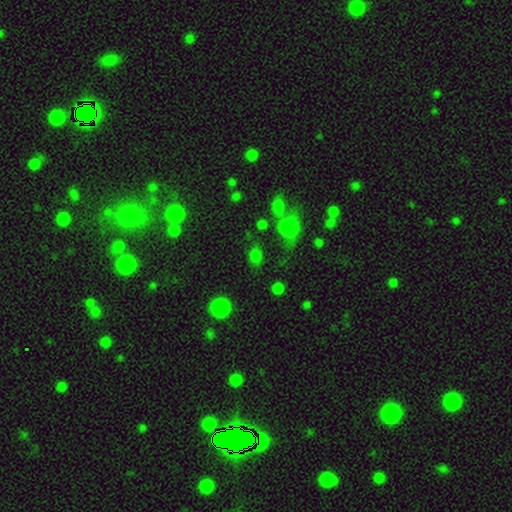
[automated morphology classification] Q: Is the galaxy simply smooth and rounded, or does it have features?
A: smooth — 72%.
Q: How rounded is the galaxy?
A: round — 55%.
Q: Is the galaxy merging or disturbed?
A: none — 63%.